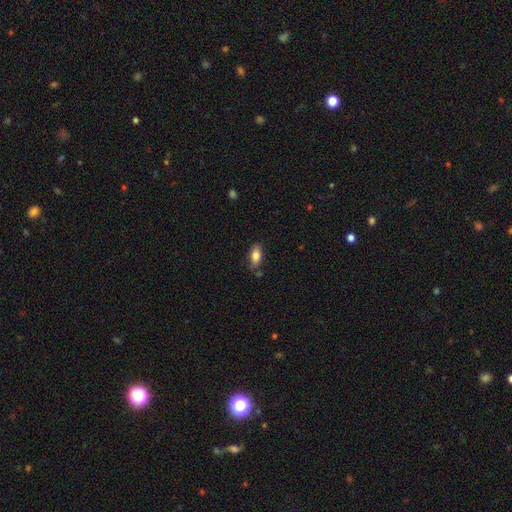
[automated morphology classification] A smooth galaxy with no disk features (81%) that is in between round and cigar-shaped (87%). Merging: none (77%).